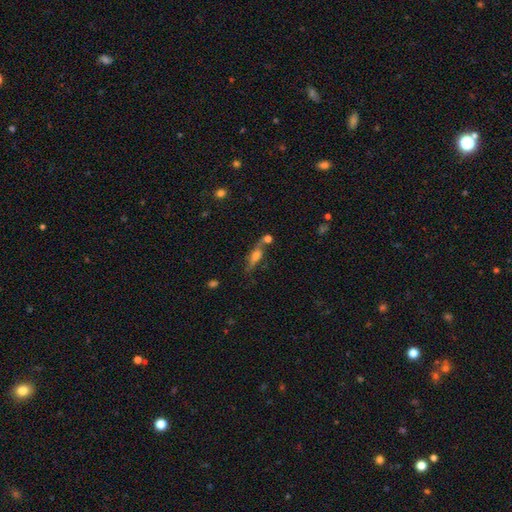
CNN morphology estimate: Overall: smooth (46%; featured or disk 44%). Merging: none (55%; merger 23%).